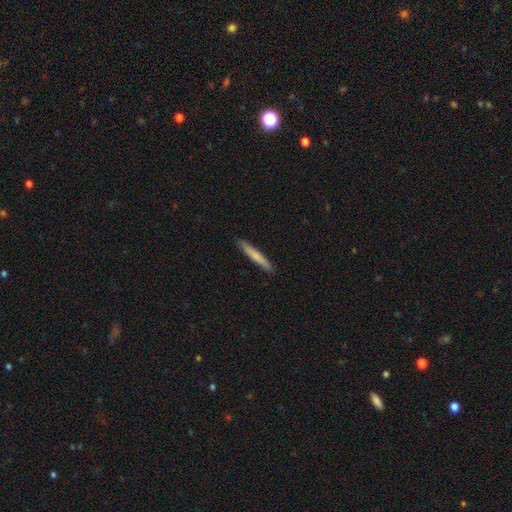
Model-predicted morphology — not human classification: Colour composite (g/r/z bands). It shows a smooth galaxy with no disk features (70%) that is cigar-shaped (95%). Merging: none (90%).